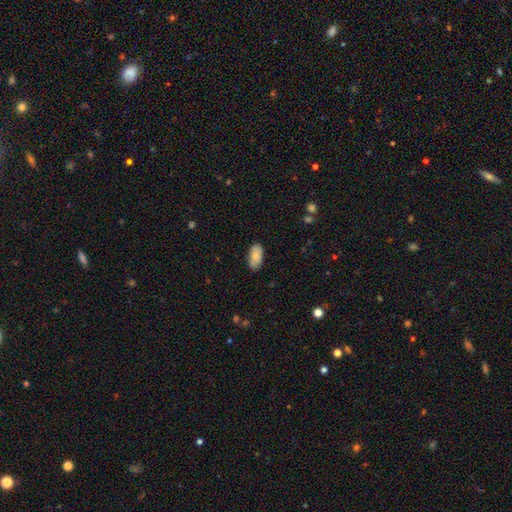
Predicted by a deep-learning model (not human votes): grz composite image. It shows a smooth galaxy with no disk features (77%) that is in between round and cigar-shaped (93%). Merging: none (82%).